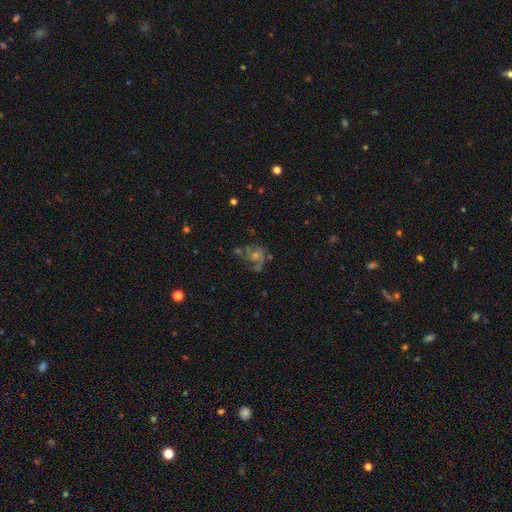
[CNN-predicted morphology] Smooth or featured? featured or disk (54%)
Edge-on disk? no (97%)
Bar? no (76%)
Spiral arms? yes (66%)
Bulge size? moderate (43%)
Merging? none (52%)